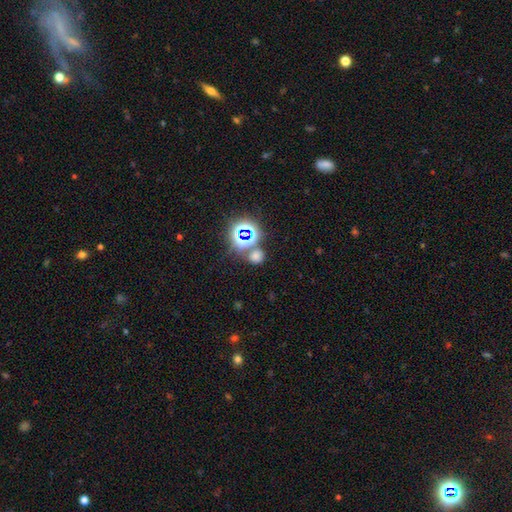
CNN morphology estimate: Smooth or featured?
  - smooth: 56% *
  - star or artifact: 38%
  - featured or disk: 7%
How rounded?
  - round: 74% *
  - in between: 24%
  - cigar-shaped: 1%
Merging?
  - none: 68% *
  - merger: 18%
  - minor disturbance: 10%
  - major disturbance: 5%